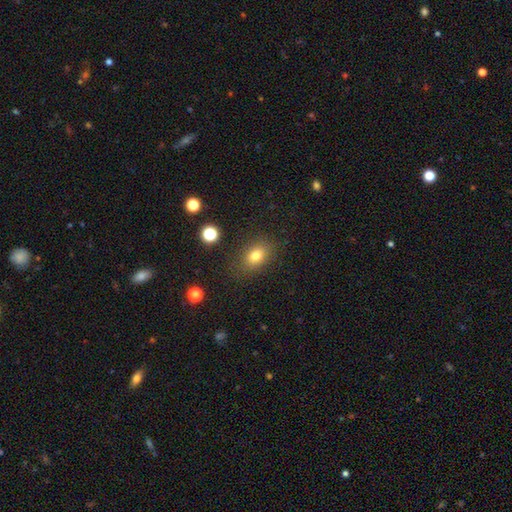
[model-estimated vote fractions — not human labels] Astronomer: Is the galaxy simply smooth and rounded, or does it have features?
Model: smooth — 78%.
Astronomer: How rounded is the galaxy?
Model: in between — 72%.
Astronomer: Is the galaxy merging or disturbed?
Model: none — 83%.